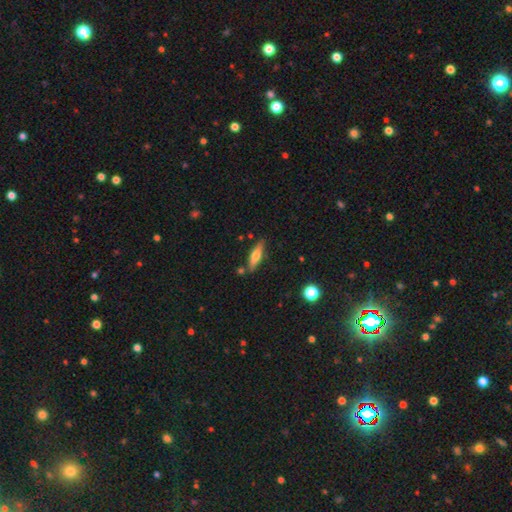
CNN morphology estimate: A smooth galaxy with no disk features (55%) that is cigar-shaped (69%). Merging: none (78%).